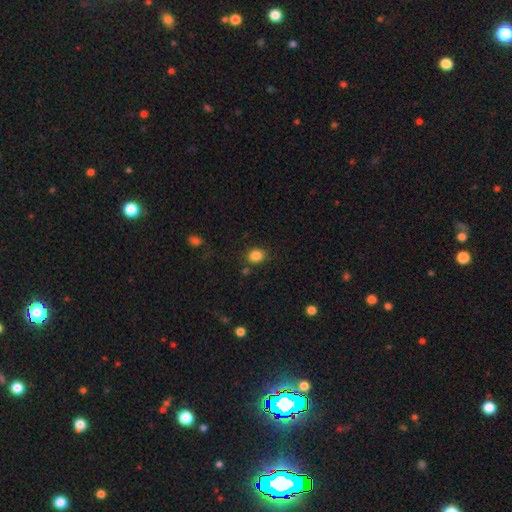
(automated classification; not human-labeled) This appears to be a smooth galaxy with no disk features (85%) that is round (57%). Merging: none (82%).